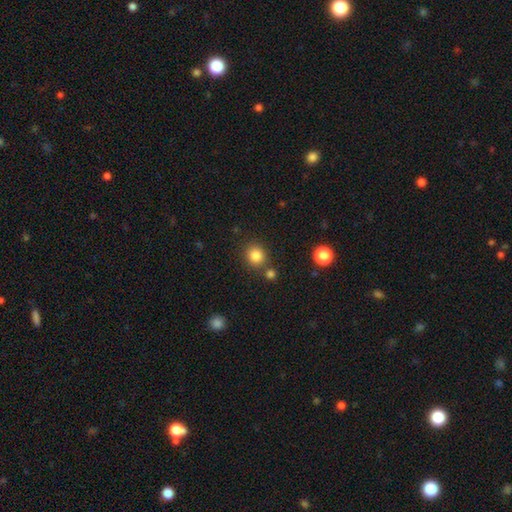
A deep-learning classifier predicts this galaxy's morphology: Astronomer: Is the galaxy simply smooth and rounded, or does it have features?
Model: smooth — 84%.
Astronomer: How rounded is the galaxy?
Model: round — 88%.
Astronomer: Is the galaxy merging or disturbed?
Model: none — 78%.